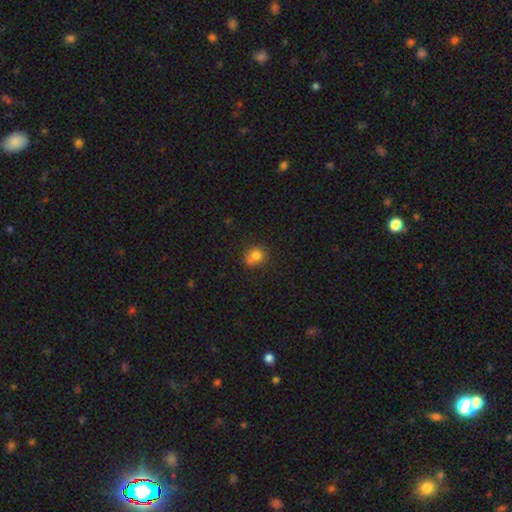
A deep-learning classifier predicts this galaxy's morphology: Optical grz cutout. It shows a smooth galaxy with no disk features (78%) that is round (72%). Merging: none (54%).